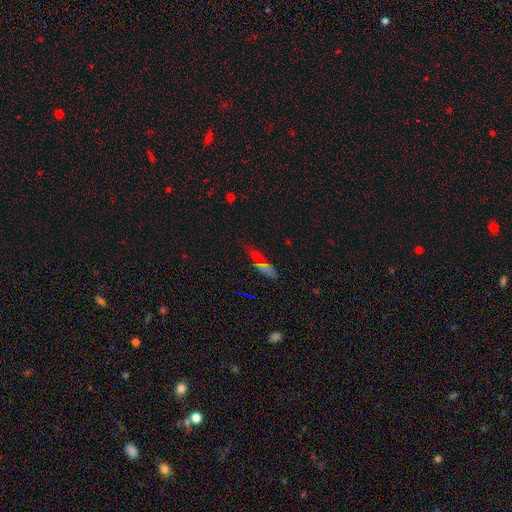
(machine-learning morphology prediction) Smooth or featured? Predicted: smooth (p=0.50). How rounded? Predicted: cigar-shaped (p=0.69). Merging? Predicted: none (p=0.52).